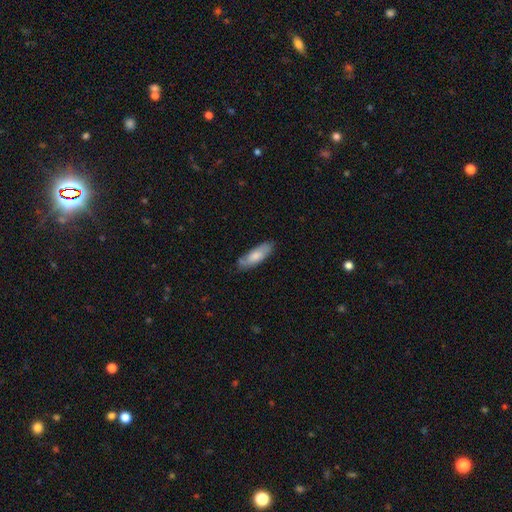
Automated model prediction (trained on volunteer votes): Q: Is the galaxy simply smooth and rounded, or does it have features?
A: smooth — 71%.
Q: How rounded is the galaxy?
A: in between — 59%.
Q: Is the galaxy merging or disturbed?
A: none — 75%.